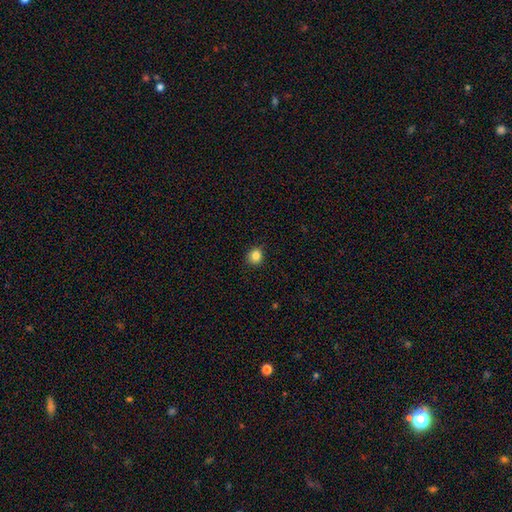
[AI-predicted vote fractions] Smooth or featured: smooth — 84% (star or artifact — 11%)
How rounded: round — 83% (in between — 16%)
Merging: none — 90% (minor disturbance — 7%)